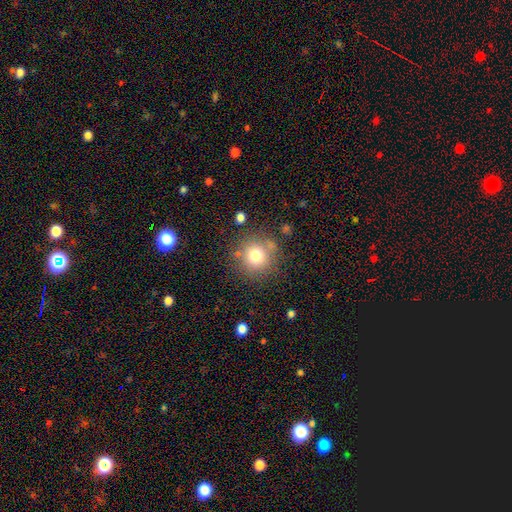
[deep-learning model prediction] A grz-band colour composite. It shows a smooth galaxy with no disk features (76%) that is round (92%). Merging: none (78%).